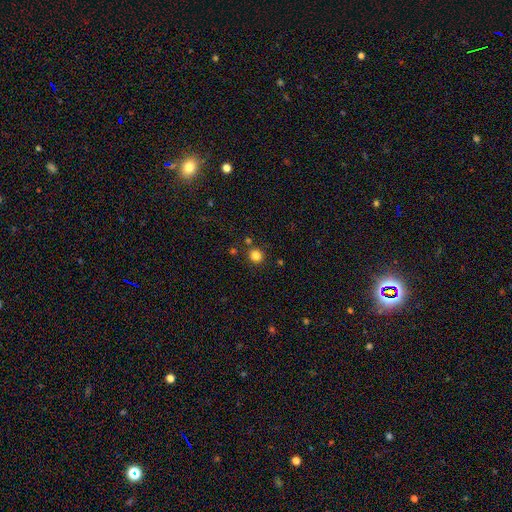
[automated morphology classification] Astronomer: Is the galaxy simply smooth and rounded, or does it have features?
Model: smooth — 82%.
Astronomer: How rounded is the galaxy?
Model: round — 85%.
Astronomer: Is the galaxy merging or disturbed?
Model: none — 83%.